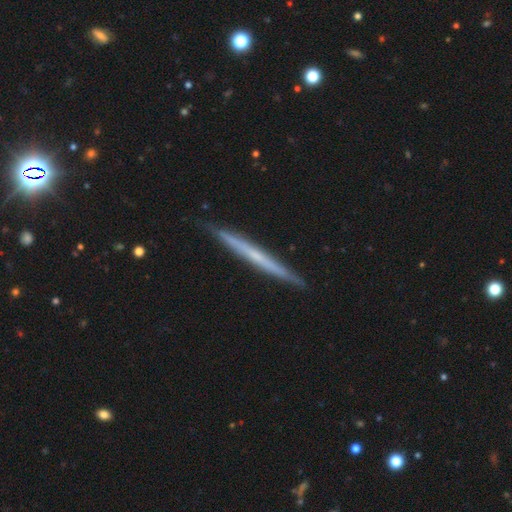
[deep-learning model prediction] Smooth or featured?
  - featured or disk: 61% *
  - smooth: 34%
  - star or artifact: 6%
Edge-on disk?
  - yes: 97% *
  - no: 3%
Edge-on bulge?
  - none: 78% *
  - rounded: 19%
  - boxy: 4%
Merging?
  - none: 90% *
  - minor disturbance: 8%
  - major disturbance: 1%
  - merger: 1%